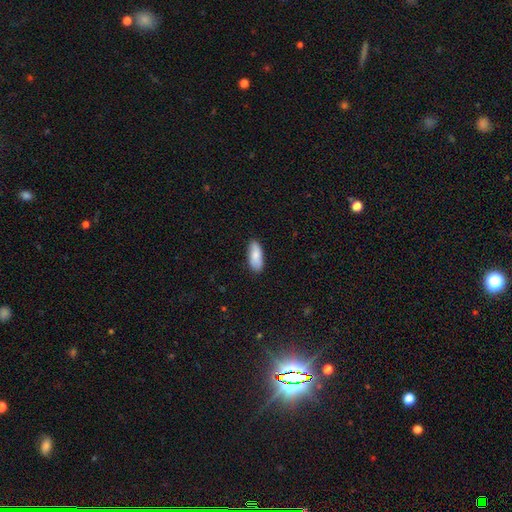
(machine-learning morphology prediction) Q: Smooth or featured?
A: smooth (86%); runner-up: featured or disk (8%)
Q: How rounded?
A: in between (81%); runner-up: cigar-shaped (17%)
Q: Merging?
A: none (86%); runner-up: minor disturbance (11%)